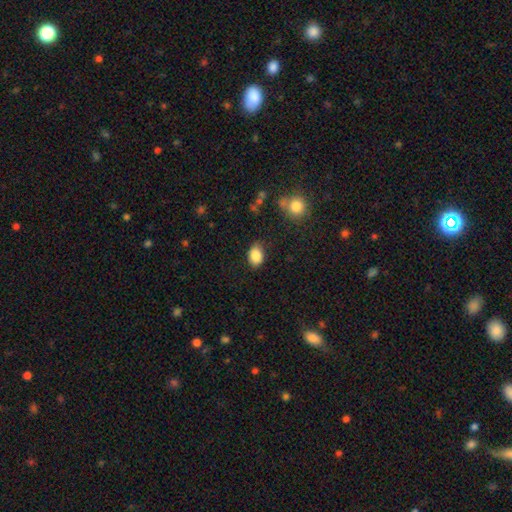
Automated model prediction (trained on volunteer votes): smooth 87%, star or artifact 8%, featured or disk 5%. Down the decision tree: how rounded — in between (76%); merging — none (78%).